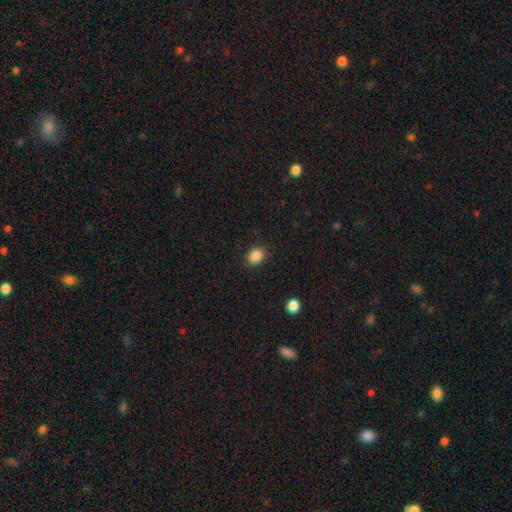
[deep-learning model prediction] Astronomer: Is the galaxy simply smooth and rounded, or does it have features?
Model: smooth — 87%.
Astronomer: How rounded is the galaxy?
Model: in between — 55% (runner-up: round, 44%).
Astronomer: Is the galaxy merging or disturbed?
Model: none — 87%.